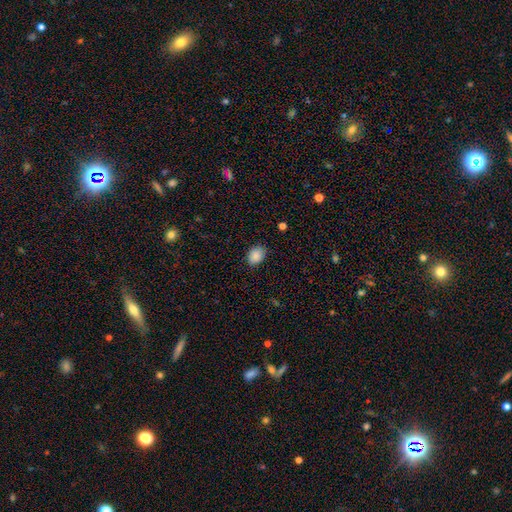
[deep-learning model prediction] smooth-or-featured: smooth: 88% | star or artifact: 8% | featured or disk: 4%
  how-rounded: in between: 74% | round: 25% | cigar-shaped: 1%
  merging: none: 82% | minor disturbance: 14% | major disturbance: 3% | merger: 1%